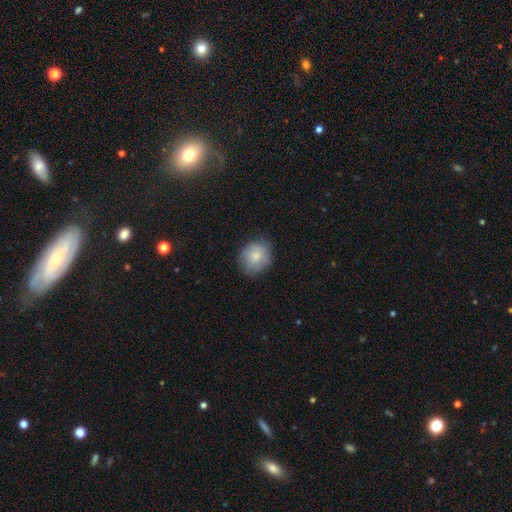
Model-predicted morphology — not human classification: A smooth galaxy with no disk features (75%) that is round (80%). Merging: none (75%).